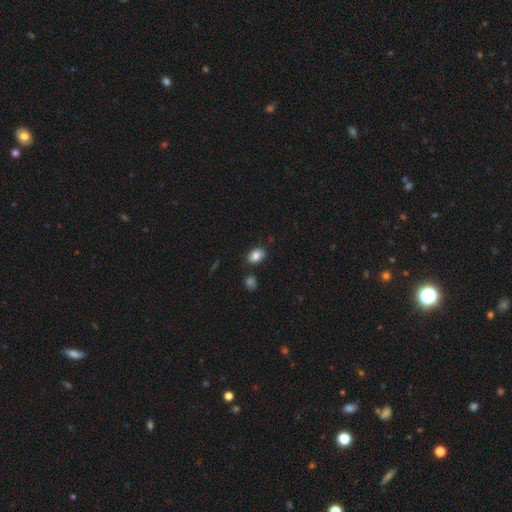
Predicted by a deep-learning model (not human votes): A smooth galaxy with no disk features (83%) that is in between round and cigar-shaped (82%).

Vote fractions:
- Smooth or featured? smooth: 83% / star or artifact: 9% / featured or disk: 9%
- How rounded? in between: 82% / round: 16% / cigar-shaped: 1%
- Merging? none: 79% / minor disturbance: 13% / merger: 5% / major disturbance: 3%